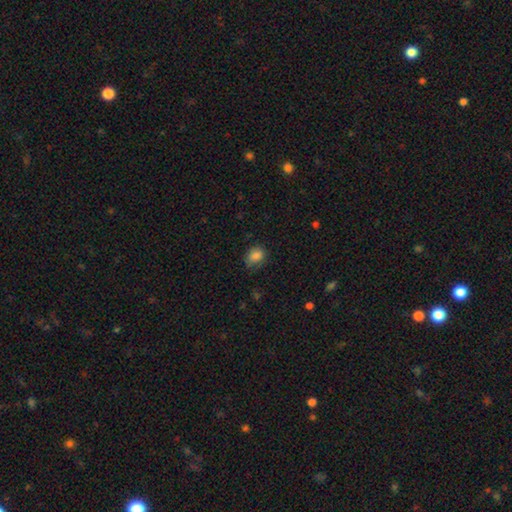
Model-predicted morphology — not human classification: This appears to be a smooth galaxy with no disk features (85%) that is in between round and cigar-shaped (53%). Merging: none (67%).